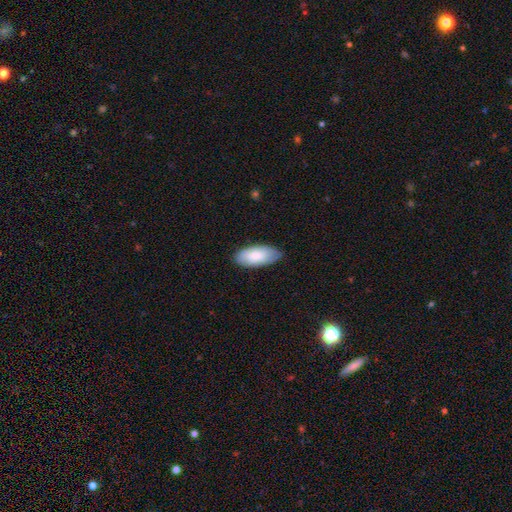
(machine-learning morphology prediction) Smooth or featured? smooth (82%)
How rounded? in between (93%)
Merging? none (80%)